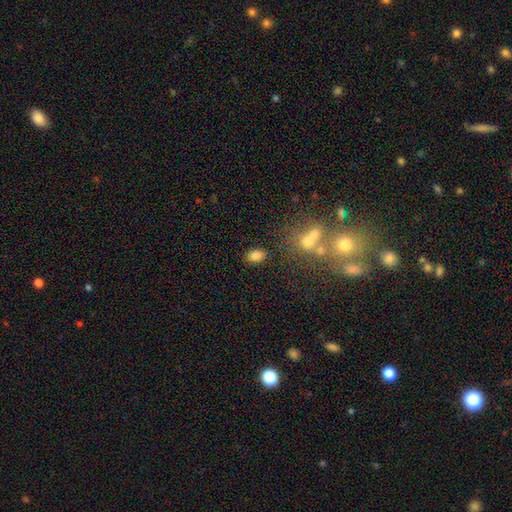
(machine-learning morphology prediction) Smooth or featured?
  - smooth: 82% *
  - star or artifact: 11%
  - featured or disk: 7%
How rounded?
  - in between: 85% *
  - round: 13%
  - cigar-shaped: 2%
Merging?
  - none: 81% *
  - minor disturbance: 10%
  - merger: 5%
  - major disturbance: 4%